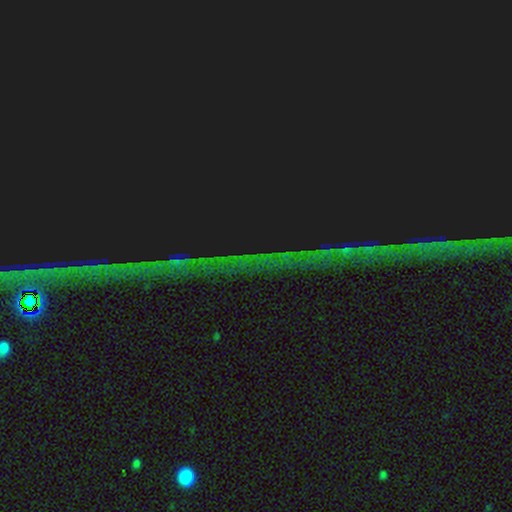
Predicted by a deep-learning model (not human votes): Q: Smooth or featured?
A: star or artifact (82%); runner-up: smooth (9%)